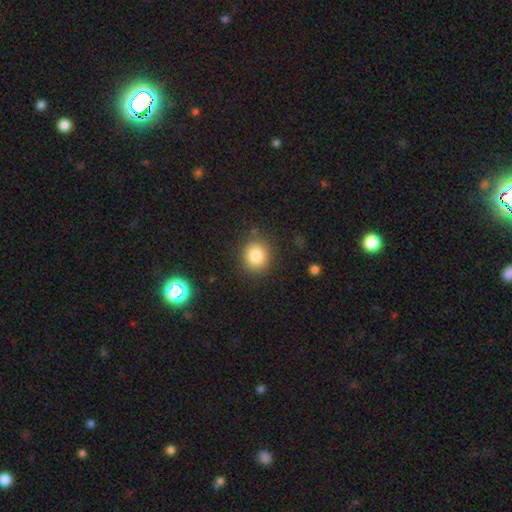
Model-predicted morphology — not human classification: Smooth or featured? smooth (83%)
How rounded? round (81%)
Merging? none (87%)